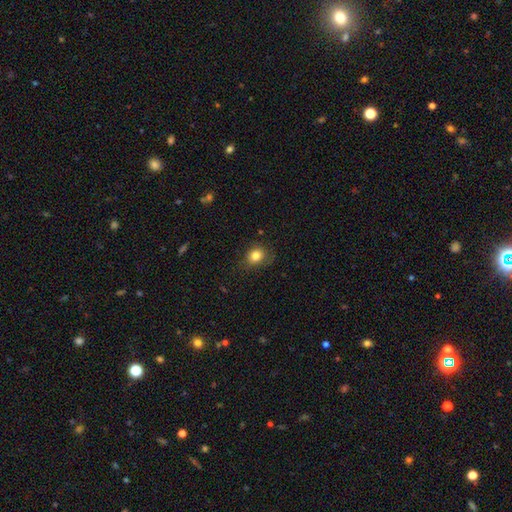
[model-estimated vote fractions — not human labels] Smooth or featured: smooth — 82% (star or artifact — 11%)
How rounded: round — 65% (in between — 34%)
Merging: none — 73% (minor disturbance — 20%)